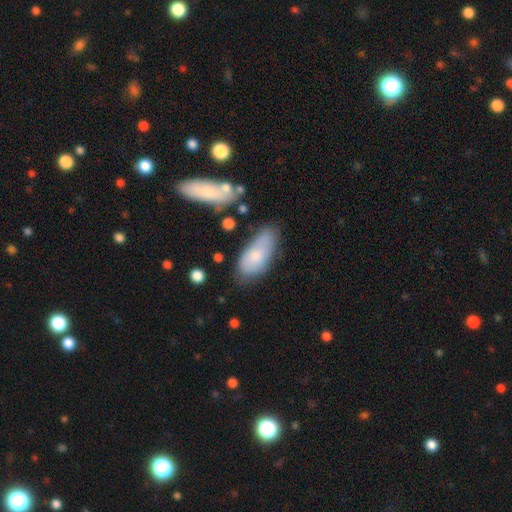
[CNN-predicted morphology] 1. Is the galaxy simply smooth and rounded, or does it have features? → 74% smooth, 20% featured or disk, 7% star or artifact.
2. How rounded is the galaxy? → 86% in between, 11% cigar-shaped, 3% round.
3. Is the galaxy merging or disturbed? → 54% none, 29% minor disturbance, 10% major disturbance, 7% merger.